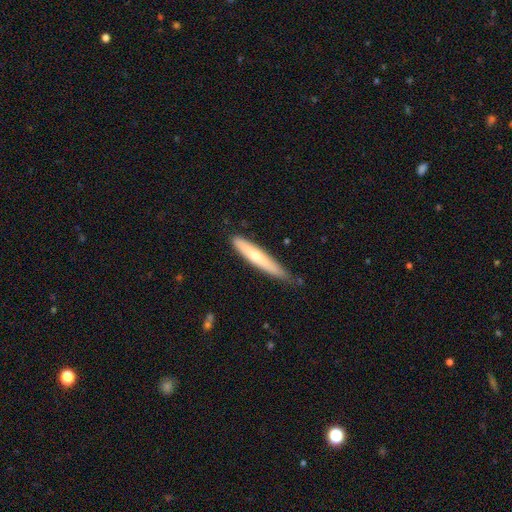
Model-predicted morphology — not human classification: This is likely a smooth galaxy (60%). How rounded: clearly cigar-shaped (93%). Merging: likely none (70%).